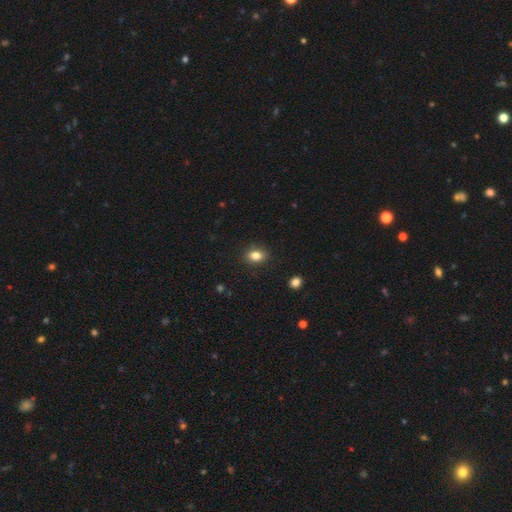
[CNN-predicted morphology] A smooth galaxy with no disk features (83%) that is in between round and cigar-shaped (74%).

Vote fractions:
- Smooth or featured? smooth: 83% / star or artifact: 10% / featured or disk: 7%
- How rounded? in between: 74% / round: 24% / cigar-shaped: 2%
- Merging? none: 86% / minor disturbance: 10% / major disturbance: 2% / merger: 1%